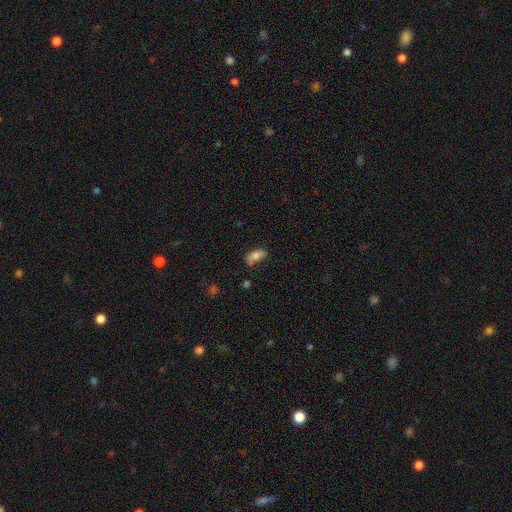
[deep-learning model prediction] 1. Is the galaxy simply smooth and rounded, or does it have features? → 74% smooth, 18% featured or disk, 8% star or artifact.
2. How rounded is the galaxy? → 87% in between, 10% cigar-shaped, 4% round.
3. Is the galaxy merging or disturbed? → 55% none, 30% minor disturbance, 9% major disturbance, 5% merger.